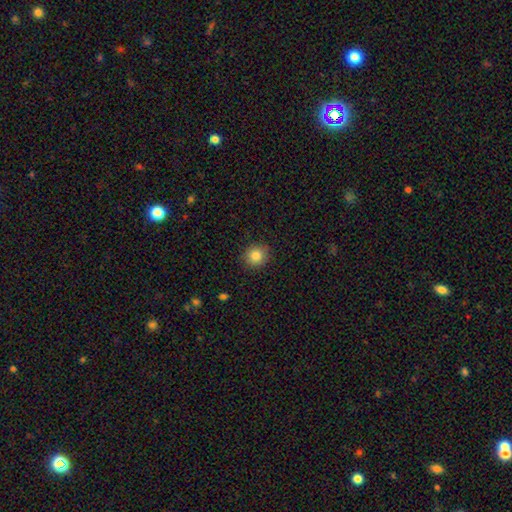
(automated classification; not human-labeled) smooth_or_featured: smooth (p=0.83) [alt: star or artifact p=0.10]
how_rounded: round (p=0.85) [alt: in between p=0.14]
merging: none (p=0.90) [alt: minor disturbance p=0.07]